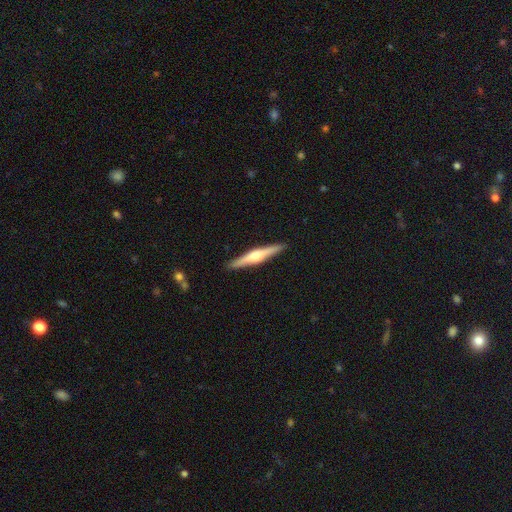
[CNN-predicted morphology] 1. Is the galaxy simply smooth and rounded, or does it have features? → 68% featured or disk, 27% smooth, 5% star or artifact.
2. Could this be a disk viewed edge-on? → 98% yes, 2% no.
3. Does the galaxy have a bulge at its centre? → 85% rounded, 9% boxy, 5% none.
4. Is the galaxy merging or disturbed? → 92% none, 6% minor disturbance, 1% major disturbance, 1% merger.